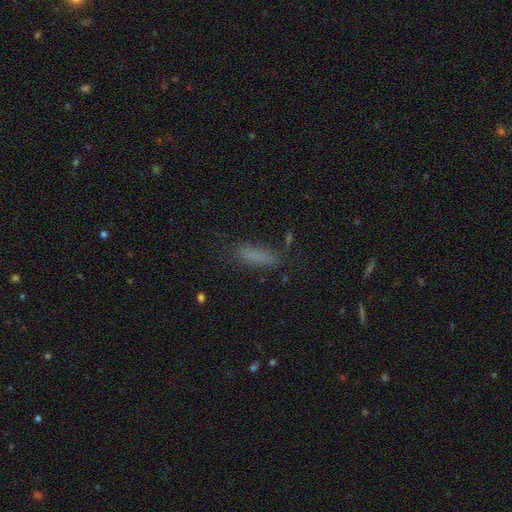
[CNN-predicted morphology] Smooth or featured? Predicted: smooth (p=0.78). How rounded? Predicted: cigar-shaped (p=0.61). Merging? Predicted: none (p=0.71).